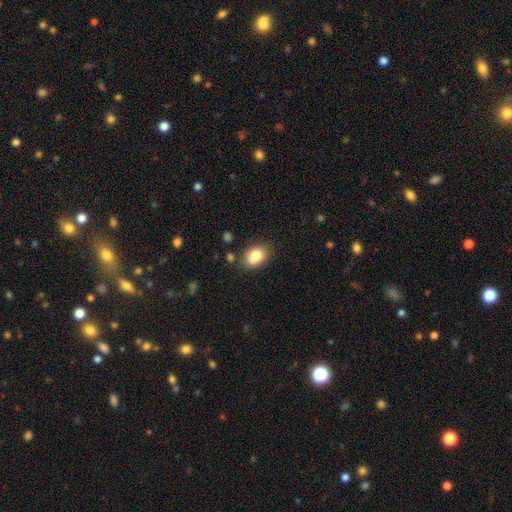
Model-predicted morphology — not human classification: The model was most divided on "how rounded": in between: 75%, round: 24%, cigar-shaped: 1%. More confident: smooth or featured — smooth (83%); merging — none (79%).